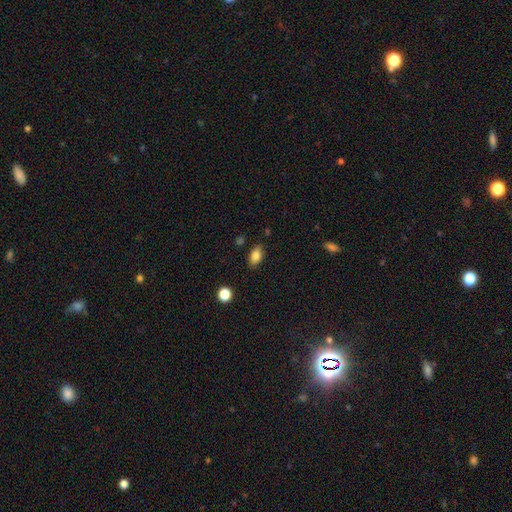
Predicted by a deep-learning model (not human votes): Smooth or featured?
  - smooth: 83% *
  - star or artifact: 9%
  - featured or disk: 8%
How rounded?
  - in between: 89% *
  - round: 8%
  - cigar-shaped: 4%
Merging?
  - none: 84% *
  - minor disturbance: 11%
  - major disturbance: 3%
  - merger: 2%